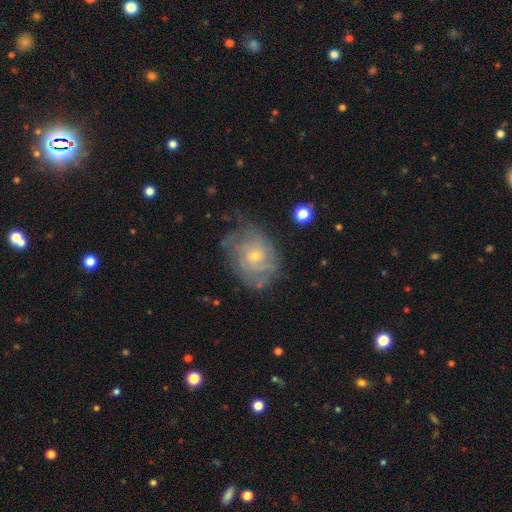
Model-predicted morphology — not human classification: type=featured or disk (72%); edge-on=no (97%); bar=no (77%); spiral arms=yes (82%); winding=tight (57%); arm count=can't tell (55%); bulge=small (68%); merging=none (60%).